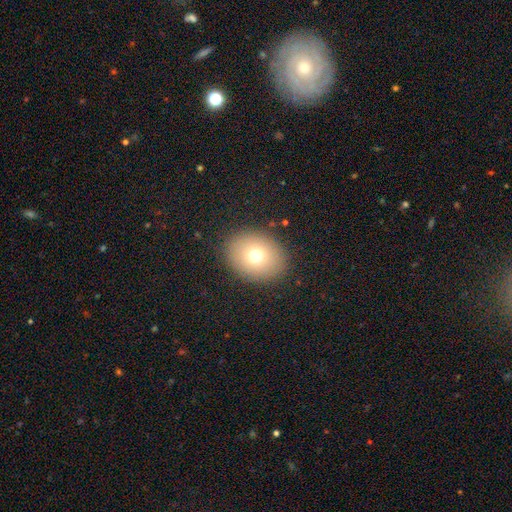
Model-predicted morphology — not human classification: smooth 71%, star or artifact 15%, featured or disk 14%. Down the decision tree: how rounded — round (54%); merging — none (88%).